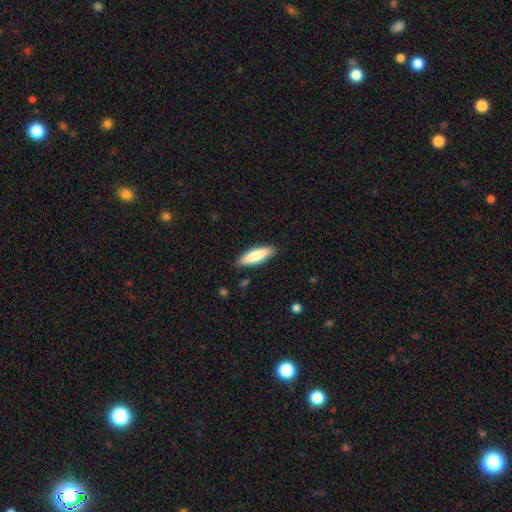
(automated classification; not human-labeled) Smooth or featured? Predicted: smooth (p=0.81). How rounded? Predicted: cigar-shaped (p=0.57). Merging? Predicted: none (p=0.87).